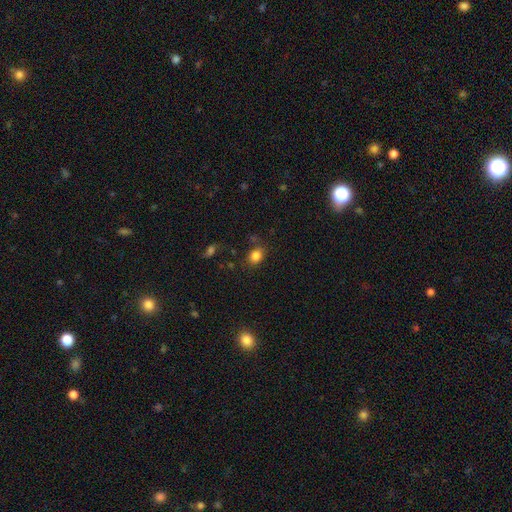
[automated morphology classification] A smooth galaxy with no disk features (83%) that is round (53%). Merging: none (77%).